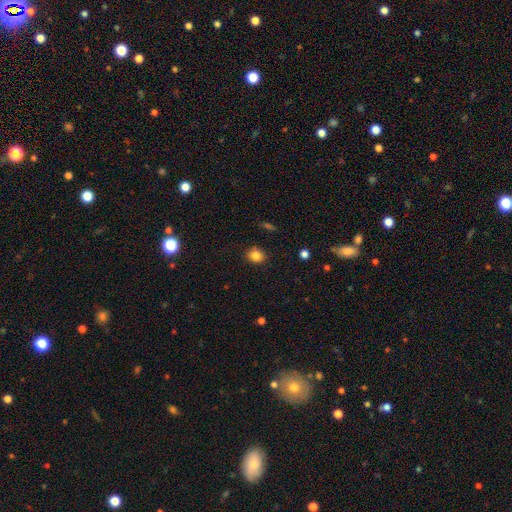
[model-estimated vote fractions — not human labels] This appears to be a smooth galaxy with no disk features (84%) that is round (64%). Merging: none (87%).